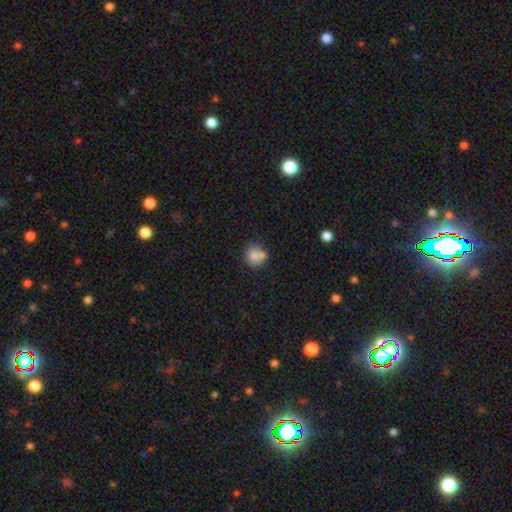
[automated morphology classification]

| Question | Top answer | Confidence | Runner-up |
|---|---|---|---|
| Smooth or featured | smooth | 80% | featured or disk (10%) |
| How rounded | round | 84% | in between (15%) |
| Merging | none | 55% | merger (28%) |